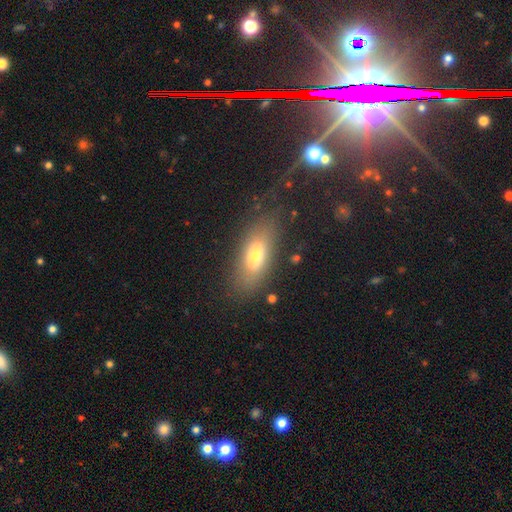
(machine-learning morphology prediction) A smooth galaxy with no disk features (70%) that is in between round and cigar-shaped (80%). Merging: none (76%).